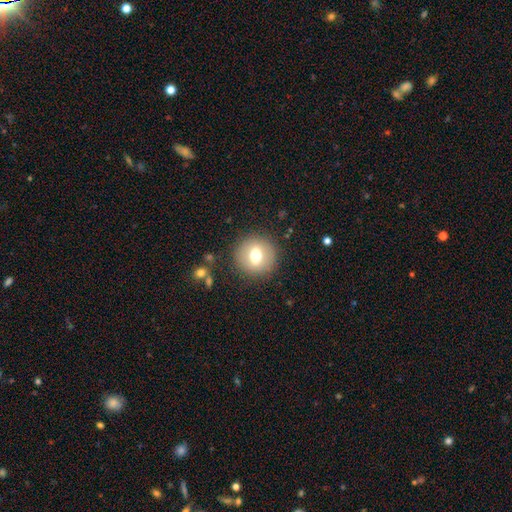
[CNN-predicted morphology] smooth_or_featured: smooth (p=0.68) [alt: featured or disk p=0.22]
how_rounded: round (p=0.91) [alt: in between p=0.08]
merging: none (p=0.87) [alt: minor disturbance p=0.08]